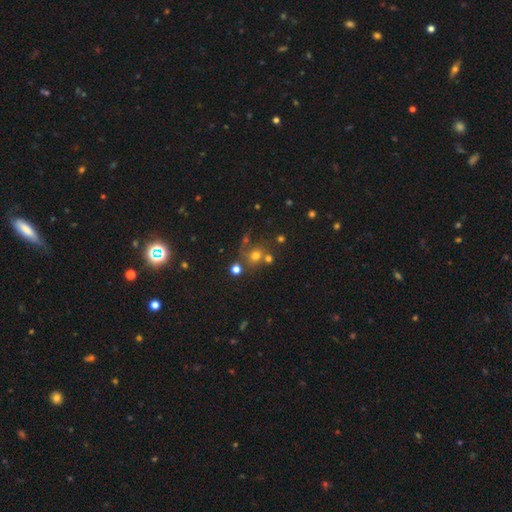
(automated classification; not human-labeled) A smooth galaxy with no disk features (62%) that is round (82%).

Vote fractions:
- Smooth or featured? smooth: 62% / star or artifact: 22% / featured or disk: 16%
- How rounded? round: 82% / in between: 17% / cigar-shaped: 1%
- Merging? none: 54% / merger: 25% / minor disturbance: 12% / major disturbance: 10%